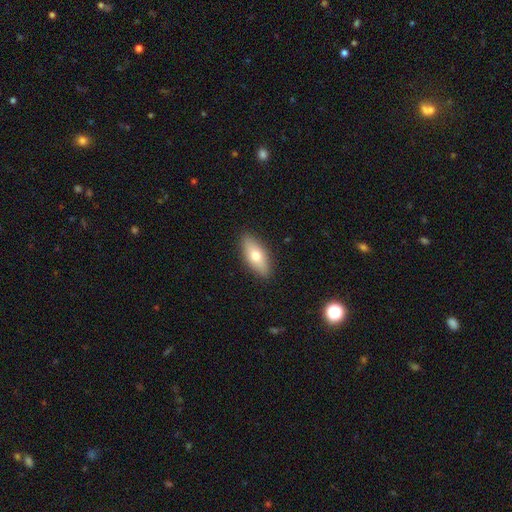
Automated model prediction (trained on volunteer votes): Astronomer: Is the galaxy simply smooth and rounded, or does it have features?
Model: smooth — 69%.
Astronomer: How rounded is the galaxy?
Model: in between — 81%.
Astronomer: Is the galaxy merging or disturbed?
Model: none — 88%.